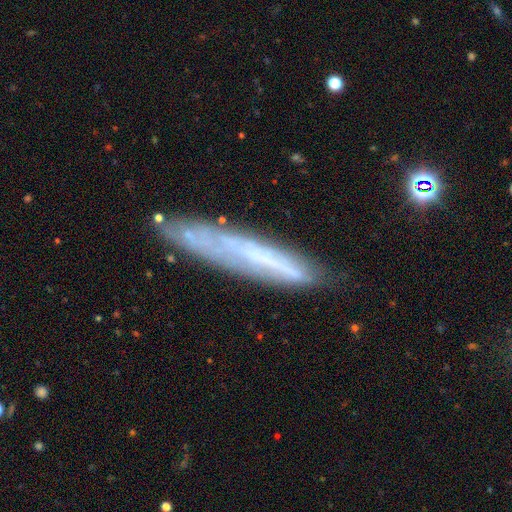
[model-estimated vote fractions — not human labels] A featured or disk galaxy (51%) viewed edge-on (71%). Merging: none (72%).